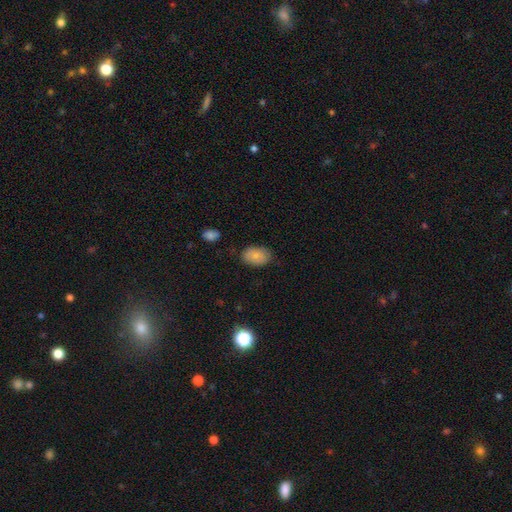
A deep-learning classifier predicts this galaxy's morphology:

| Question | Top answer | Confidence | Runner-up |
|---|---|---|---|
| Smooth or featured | smooth | 83% | featured or disk (10%) |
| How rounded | in between | 88% | round (11%) |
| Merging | none | 79% | minor disturbance (17%) |